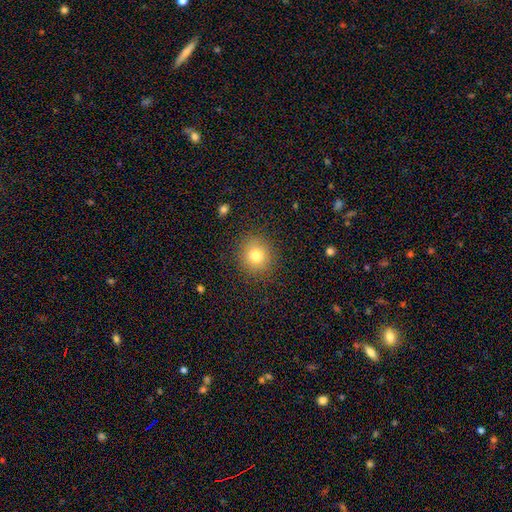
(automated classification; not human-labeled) The model was most divided on "smooth or featured": smooth: 78%, star or artifact: 12%, featured or disk: 9%. More confident: how rounded — round (89%); merging — none (88%).